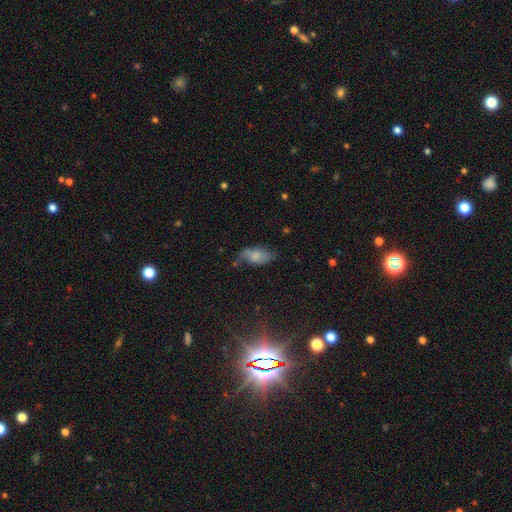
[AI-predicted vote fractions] This is possibly a smooth galaxy (60%). How rounded: clearly in between (92%). Merging: possibly none (48%).